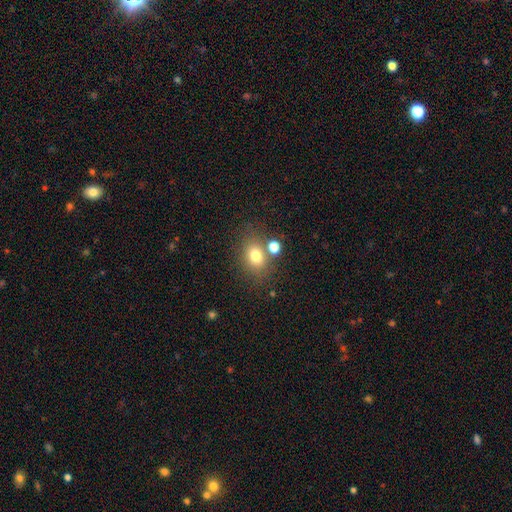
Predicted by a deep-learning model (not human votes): The model was most divided on "how rounded": in between: 57%, round: 42%, cigar-shaped: 1%. More confident: smooth or featured — smooth (76%); merging — none (68%).